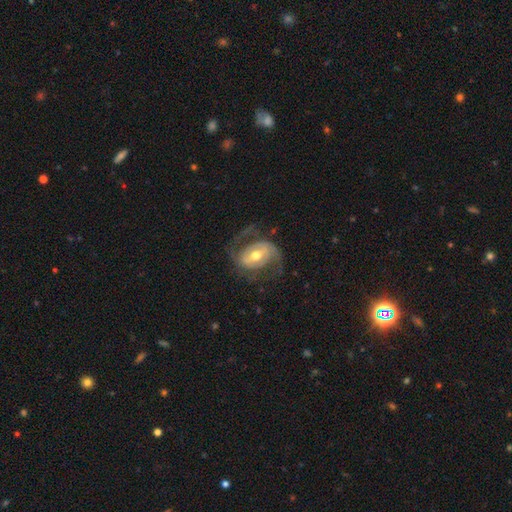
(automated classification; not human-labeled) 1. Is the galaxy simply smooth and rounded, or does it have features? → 85% featured or disk, 10% smooth, 5% star or artifact.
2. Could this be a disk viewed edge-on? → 97% no, 3% yes.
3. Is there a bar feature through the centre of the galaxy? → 42% weak, 29% no, 29% strong.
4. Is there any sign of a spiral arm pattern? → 91% yes, 9% no.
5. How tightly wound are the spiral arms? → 46% medium, 34% loose, 20% tight.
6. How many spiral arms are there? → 81% 2, 7% can't tell, 4% 1, 4% 3, 2% 4, 2% more than 4.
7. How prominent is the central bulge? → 73% moderate, 17% small, 7% large, 1% dominant, 1% none.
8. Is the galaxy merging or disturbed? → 60% none, 21% major disturbance, 18% minor disturbance, 2% merger.